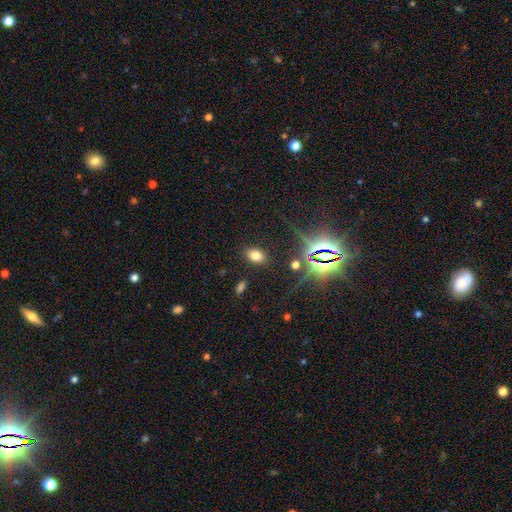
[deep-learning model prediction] Smooth or featured?
  - smooth: 72% *
  - star or artifact: 20%
  - featured or disk: 8%
How rounded?
  - in between: 85% *
  - round: 13%
  - cigar-shaped: 2%
Merging?
  - none: 86% *
  - minor disturbance: 9%
  - major disturbance: 3%
  - merger: 2%